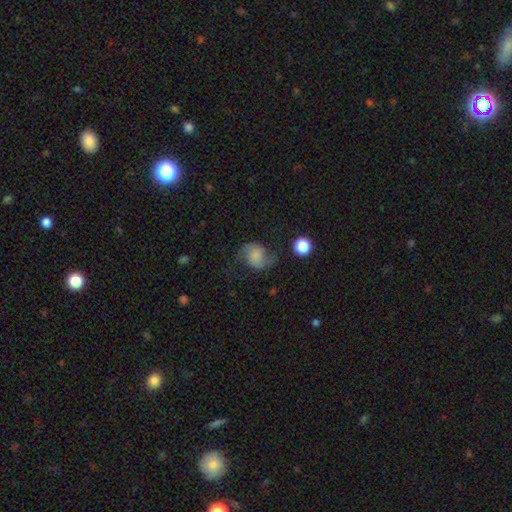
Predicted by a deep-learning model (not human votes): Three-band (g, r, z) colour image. It shows a featured or disk galaxy (55%) with no bar (71%), spiral arms (92%) and no central bulge (41%). Merging: none (62%).